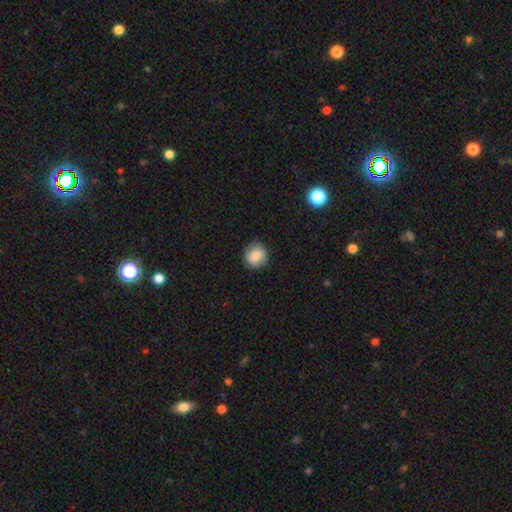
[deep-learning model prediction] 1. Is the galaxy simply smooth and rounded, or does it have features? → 78% smooth, 14% featured or disk, 8% star or artifact.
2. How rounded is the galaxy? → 84% round, 15% in between, 1% cigar-shaped.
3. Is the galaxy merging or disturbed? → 84% none, 12% minor disturbance, 3% major disturbance, 1% merger.